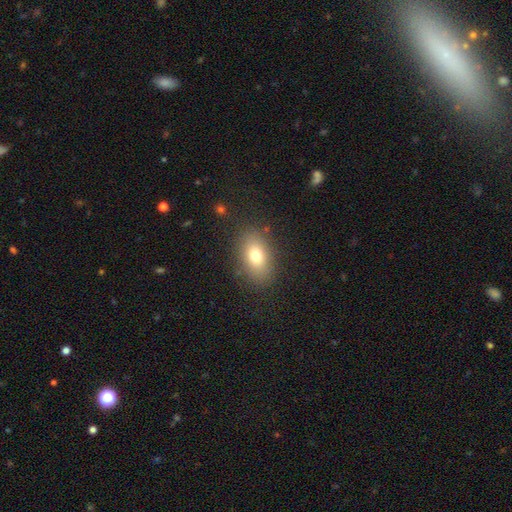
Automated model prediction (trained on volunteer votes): The model was most divided on "smooth or featured": smooth: 76%, featured or disk: 13%, star or artifact: 11%. More confident: merging — none (84%); how rounded — in between (83%).